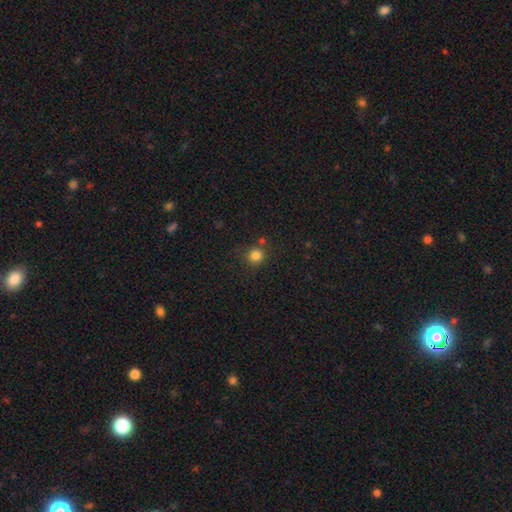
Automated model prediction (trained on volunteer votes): Smooth or featured? smooth (82%)
How rounded? round (90%)
Merging? none (77%)